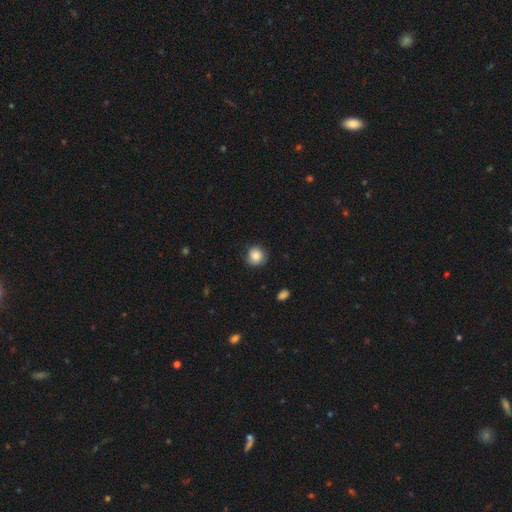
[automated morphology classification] smooth-or-featured: smooth: 85% | star or artifact: 9% | featured or disk: 7%
  how-rounded: round: 90% | in between: 9% | cigar-shaped: 1%
  merging: none: 81% | minor disturbance: 15% | major disturbance: 3% | merger: 1%